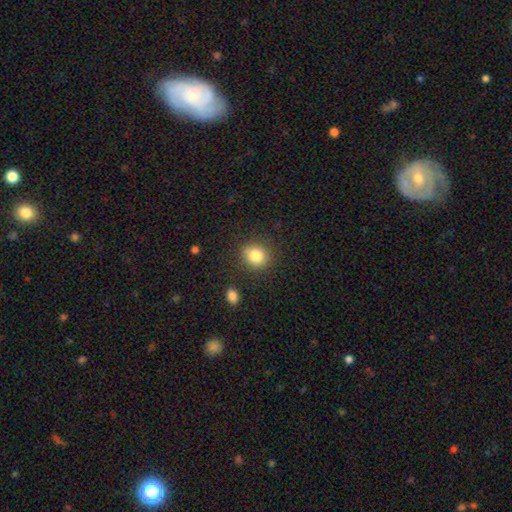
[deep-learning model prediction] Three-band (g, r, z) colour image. It shows a smooth galaxy with no disk features (83%) that is round (75%). Merging: none (85%).